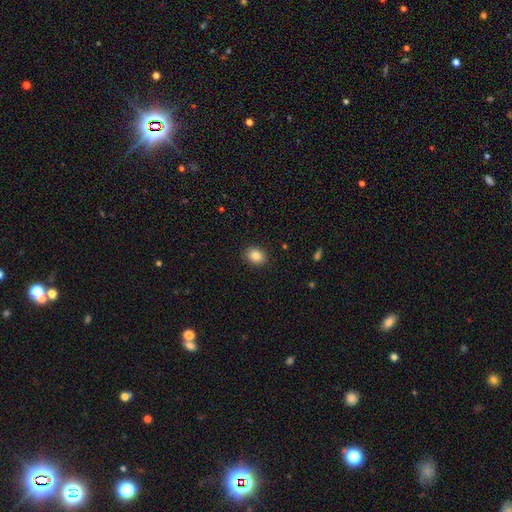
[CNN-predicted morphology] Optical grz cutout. It shows a smooth galaxy with no disk features (85%) that is in between round and cigar-shaped (59%). Merging: none (89%).